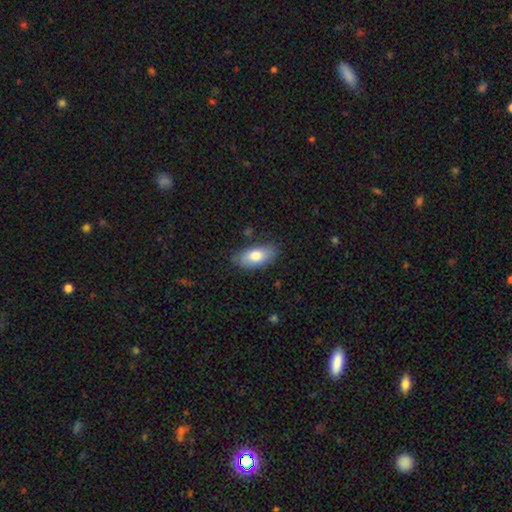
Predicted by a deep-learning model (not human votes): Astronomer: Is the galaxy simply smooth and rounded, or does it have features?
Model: smooth — 77%.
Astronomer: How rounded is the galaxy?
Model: in between — 90%.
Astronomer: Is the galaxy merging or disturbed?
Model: none — 80%.